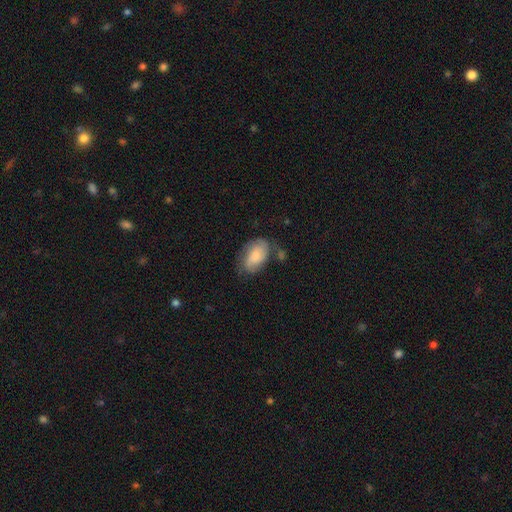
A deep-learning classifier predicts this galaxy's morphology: This is possibly a smooth galaxy (54%). How rounded: clearly in between (89%). Merging: possibly none (54%).